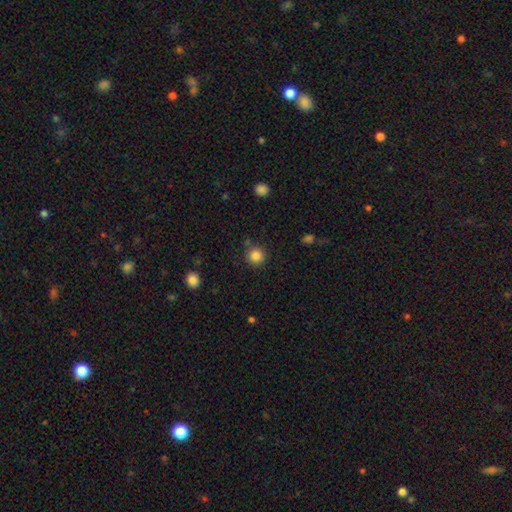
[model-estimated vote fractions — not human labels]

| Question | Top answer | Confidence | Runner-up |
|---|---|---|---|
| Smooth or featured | smooth | 85% | star or artifact (11%) |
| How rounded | round | 94% | in between (5%) |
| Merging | none | 85% | minor disturbance (8%) |